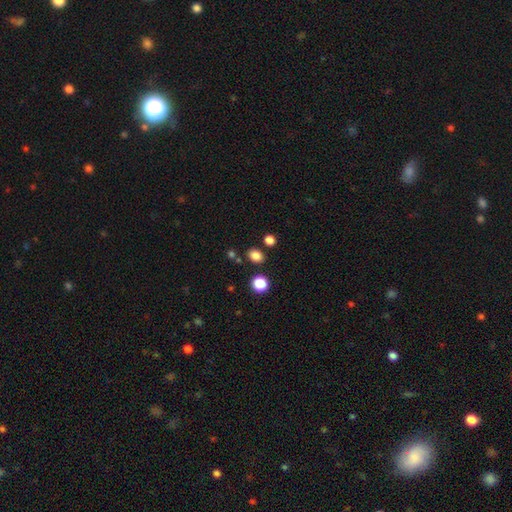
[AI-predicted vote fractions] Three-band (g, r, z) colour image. It shows a smooth galaxy with no disk features (82%) that is round (52%). Merging: none (84%).